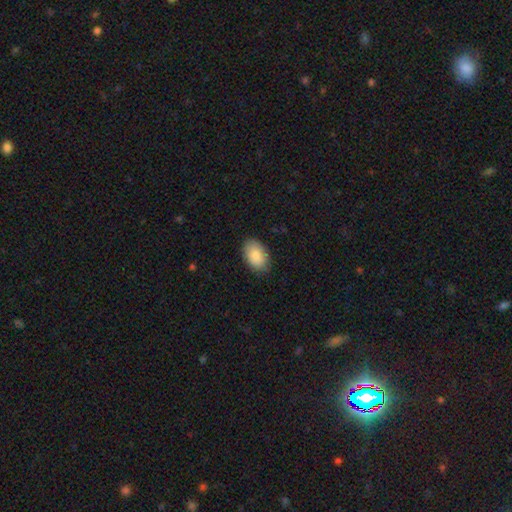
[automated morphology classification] The model was most divided on "merging": none: 84%, minor disturbance: 13%, major disturbance: 3%, merger: 1%. More confident: how rounded — in between (90%); smooth or featured — smooth (87%).